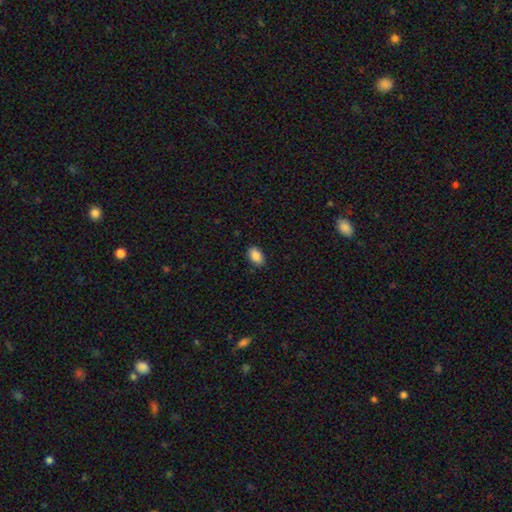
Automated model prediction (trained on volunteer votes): A smooth galaxy with no disk features (88%) that is in between round and cigar-shaped (91%).

Vote fractions:
- Smooth or featured? smooth: 88% / star or artifact: 8% / featured or disk: 4%
- How rounded? in between: 91% / round: 8% / cigar-shaped: 2%
- Merging? none: 85% / minor disturbance: 12% / major disturbance: 2% / merger: 1%